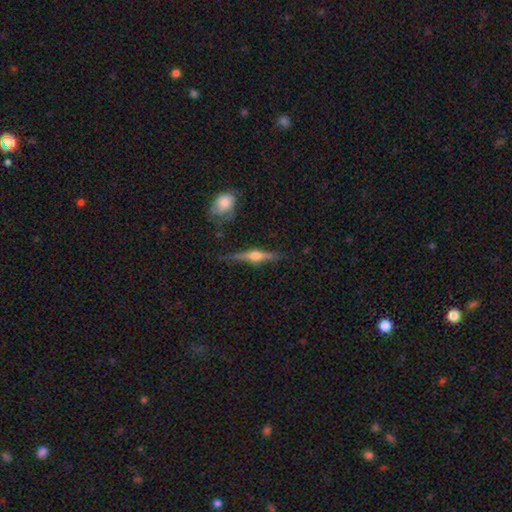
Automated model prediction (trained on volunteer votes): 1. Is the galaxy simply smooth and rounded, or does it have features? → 75% featured or disk, 19% smooth, 6% star or artifact.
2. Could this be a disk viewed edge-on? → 97% yes, 3% no.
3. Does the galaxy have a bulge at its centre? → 94% rounded, 4% boxy, 2% none.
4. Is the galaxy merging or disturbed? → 80% none, 13% minor disturbance, 3% major disturbance, 3% merger.